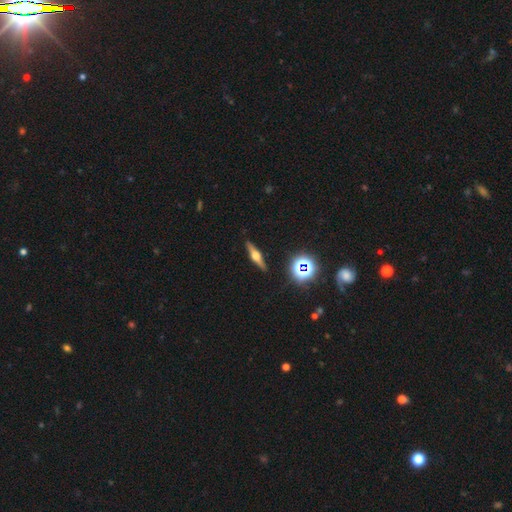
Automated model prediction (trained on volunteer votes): This appears to be a featured or disk galaxy (67%) viewed edge-on (96%) with a rounded central bulge (94%). Merging: none (90%).